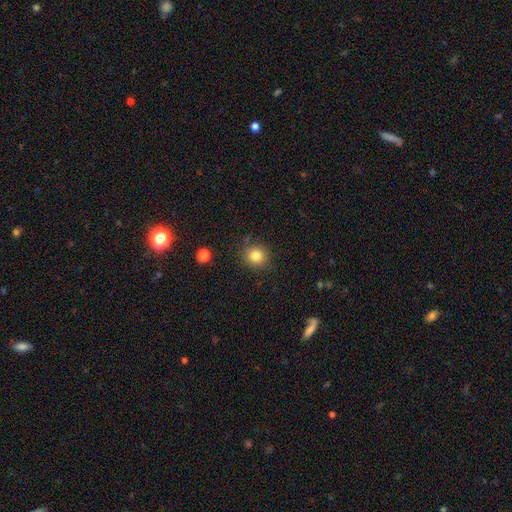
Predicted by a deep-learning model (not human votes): Smooth or featured: smooth — 82% (star or artifact — 12%)
How rounded: round — 89% (in between — 11%)
Merging: none — 85% (minor disturbance — 9%)